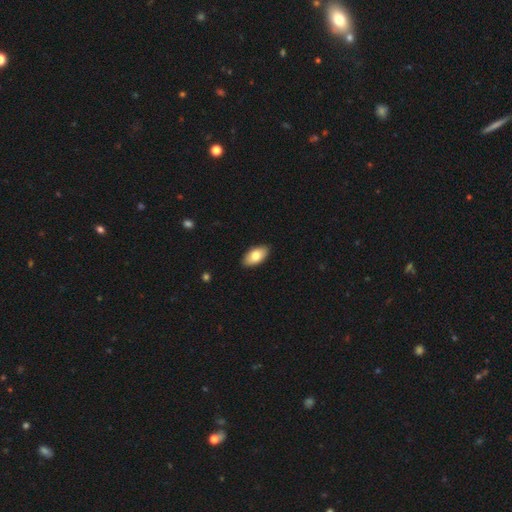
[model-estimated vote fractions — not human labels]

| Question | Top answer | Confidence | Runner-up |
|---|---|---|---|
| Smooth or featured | smooth | 80% | featured or disk (13%) |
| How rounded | in between | 94% | round (3%) |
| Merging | none | 89% | minor disturbance (8%) |